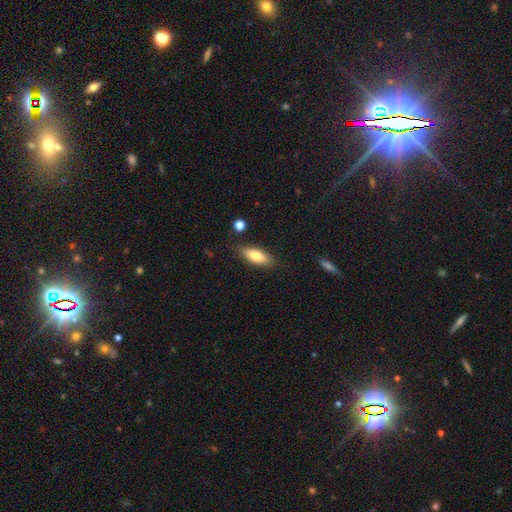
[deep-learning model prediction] smooth 78%, featured or disk 16%, star or artifact 7%. Down the decision tree: how rounded — in between (72%); merging — none (81%).